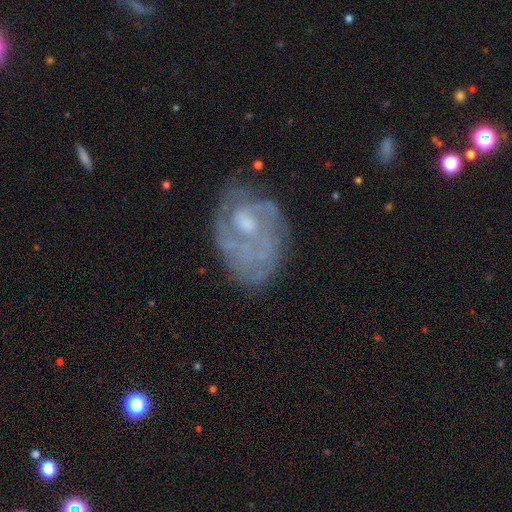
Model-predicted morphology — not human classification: smooth-or-featured: featured or disk: 74% | smooth: 16% | star or artifact: 10%
  disk-edge-on: no: 96% | yes: 4%
    bar: no: 63% | weak: 31% | strong: 6%
    has-spiral-arms: yes: 79% | no: 21%
      spiral-winding: tight: 55% | medium: 32% | loose: 12%
      spiral-arm-count: can't tell: 46% | 2: 22% | 3: 14% | 1: 8% | 4: 6% | more than 4: 4%
    bulge-size: small: 41% (tied) | moderate: 41% (tied) | none: 13% | large: 3% | dominant: 1%
  merging: none: 65% | minor disturbance: 20% | major disturbance: 12% | merger: 2%